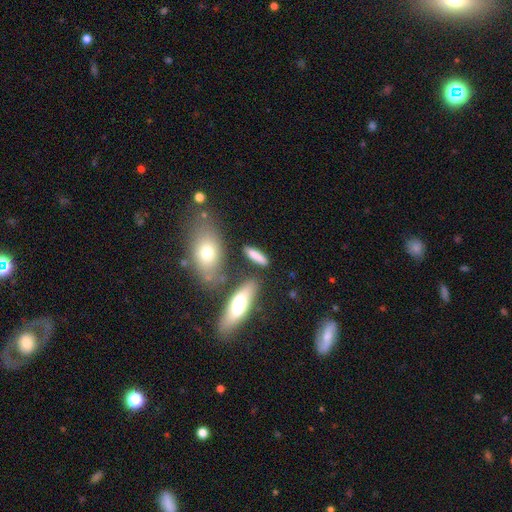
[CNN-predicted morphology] Smooth or featured: smooth — 76% (featured or disk — 15%)
How rounded: cigar-shaped — 60% (in between — 36%)
Merging: none — 72% (minor disturbance — 13%)